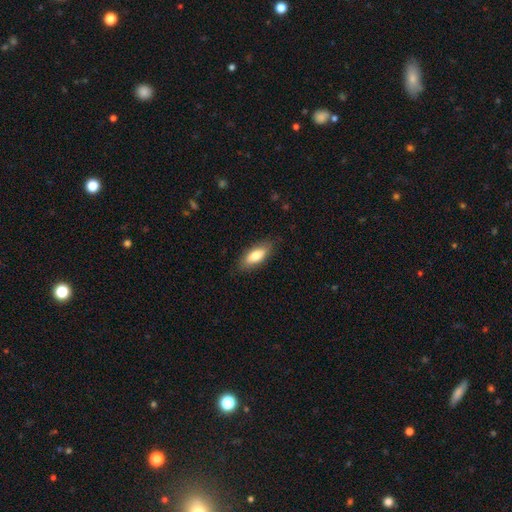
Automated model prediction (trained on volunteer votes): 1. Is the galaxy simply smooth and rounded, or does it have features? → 79% smooth, 15% featured or disk, 6% star or artifact.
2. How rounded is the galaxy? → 81% in between, 17% cigar-shaped, 2% round.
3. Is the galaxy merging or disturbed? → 83% none, 13% minor disturbance, 3% major disturbance, 1% merger.